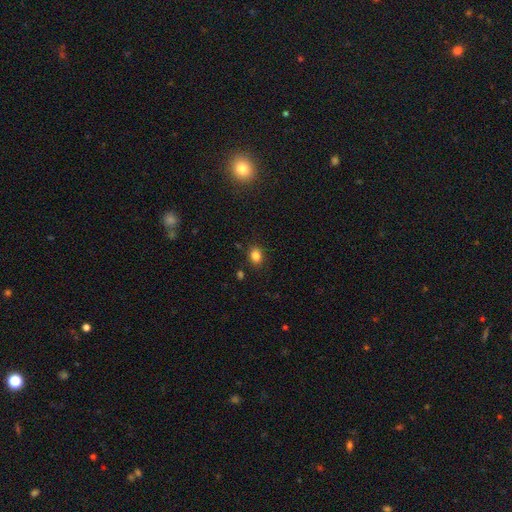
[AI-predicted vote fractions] Smooth or featured? smooth (83%)
How rounded? in between (58%)
Merging? none (84%)